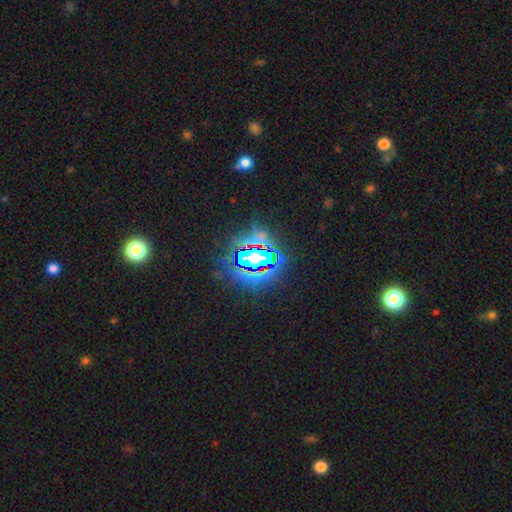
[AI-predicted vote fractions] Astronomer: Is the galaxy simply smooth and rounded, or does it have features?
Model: star or artifact — 80%.